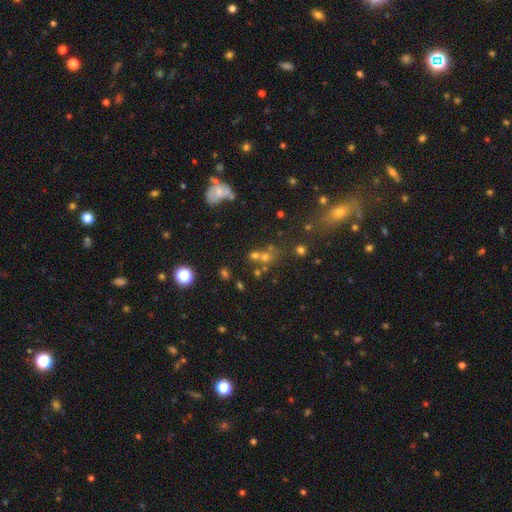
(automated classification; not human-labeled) Smooth or featured? smooth (54%)
How rounded? round (74%)
Merging? merger (42%, tied with none)